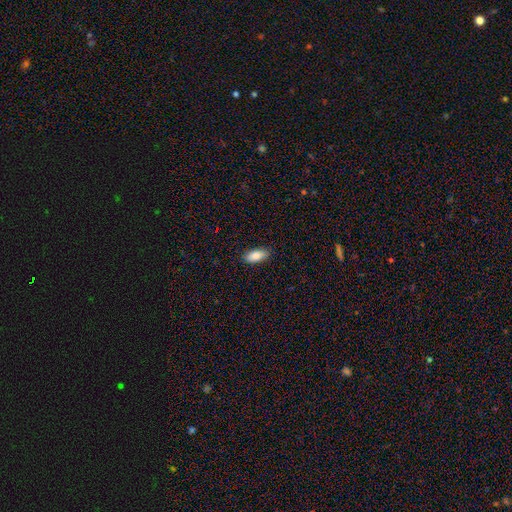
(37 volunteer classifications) Smooth or featured: smooth — 81% (featured or disk — 14%)
How rounded: in between — 100%
Merging: none — 94% (minor disturbance — 6%)